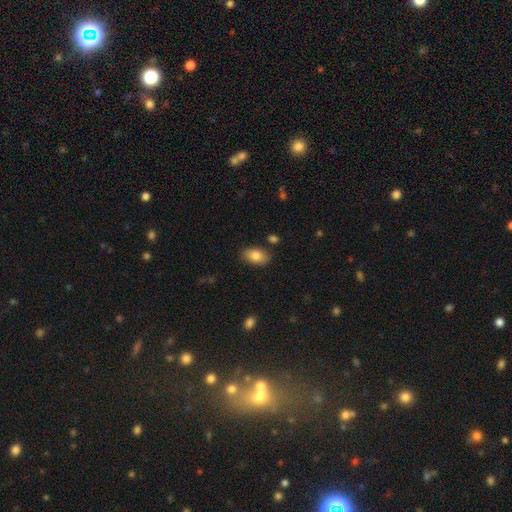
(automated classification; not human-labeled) smooth 83%, featured or disk 10%, star or artifact 7%. Down the decision tree: how rounded — in between (92%); merging — none (82%).